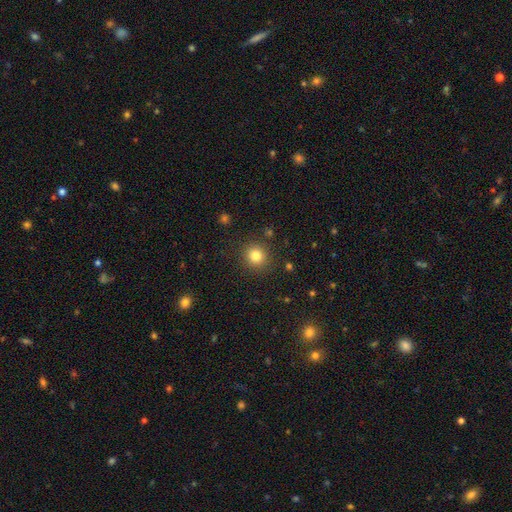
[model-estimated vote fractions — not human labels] This is clearly a smooth galaxy (82%). How rounded: clearly round (90%). Merging: clearly none (88%).